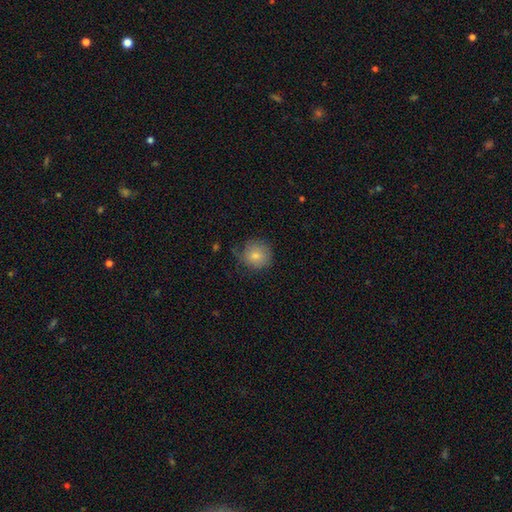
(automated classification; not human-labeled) This appears to be a smooth galaxy with no disk features (80%) that is round (91%). Merging: none (68%).